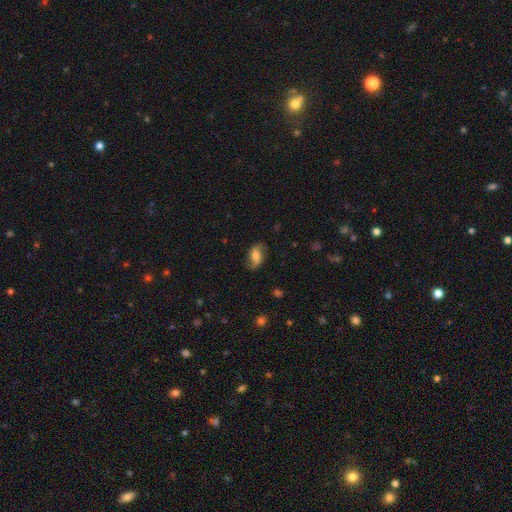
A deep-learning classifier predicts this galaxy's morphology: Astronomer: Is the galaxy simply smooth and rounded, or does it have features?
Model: featured or disk — 47% (runner-up: smooth, 44%).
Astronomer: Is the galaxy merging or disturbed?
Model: none — 77%.